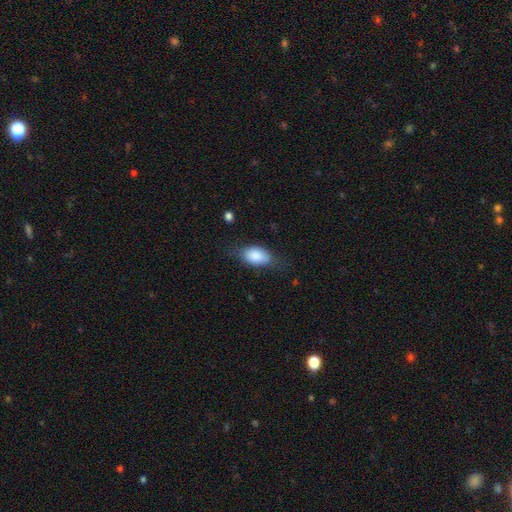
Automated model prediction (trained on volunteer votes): The model was most divided on "merging": none: 63%, minor disturbance: 26%, major disturbance: 9%, merger: 2%. More confident: how rounded — in between (89%); smooth or featured — smooth (83%).